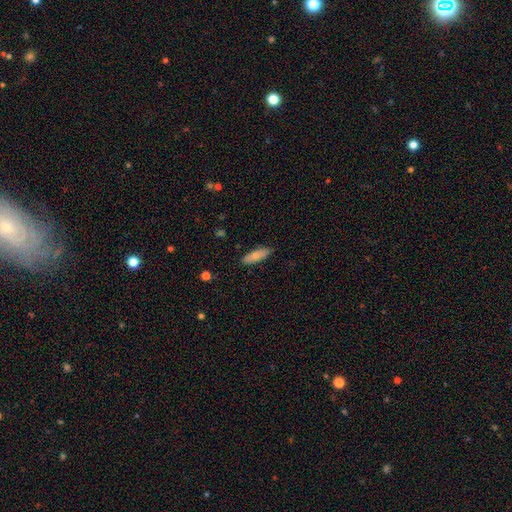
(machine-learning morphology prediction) Smooth or featured: smooth — 76% (featured or disk — 18%)
How rounded: in between — 60% (cigar-shaped — 38%)
Merging: none — 87% (minor disturbance — 10%)